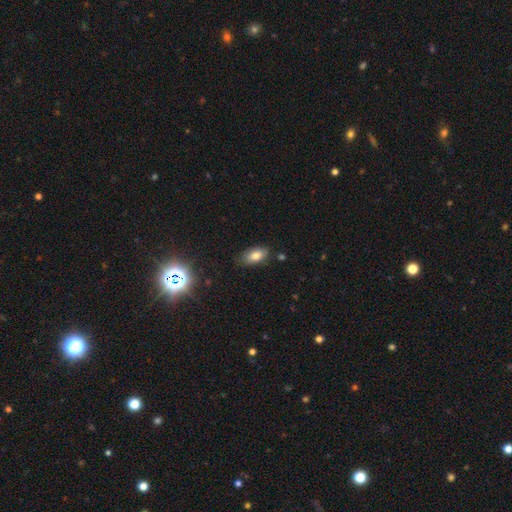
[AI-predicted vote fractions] The model was most divided on "merging": none: 78%, minor disturbance: 17%, major disturbance: 3%, merger: 2%. More confident: how rounded — in between (91%); smooth or featured — smooth (79%).